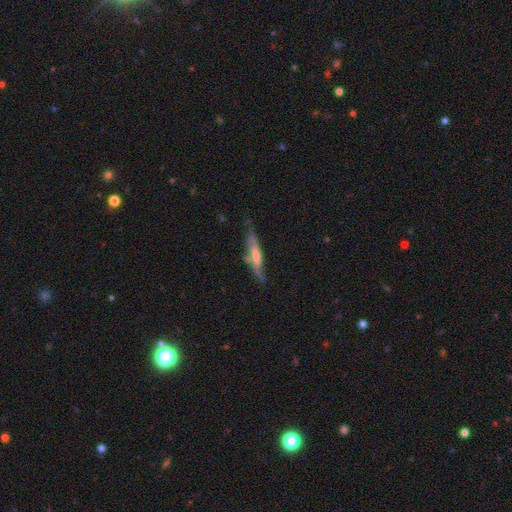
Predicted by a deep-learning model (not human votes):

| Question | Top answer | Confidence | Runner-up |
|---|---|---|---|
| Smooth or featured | featured or disk | 50% | smooth (44%) |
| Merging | none | 59% | minor disturbance (27%) |